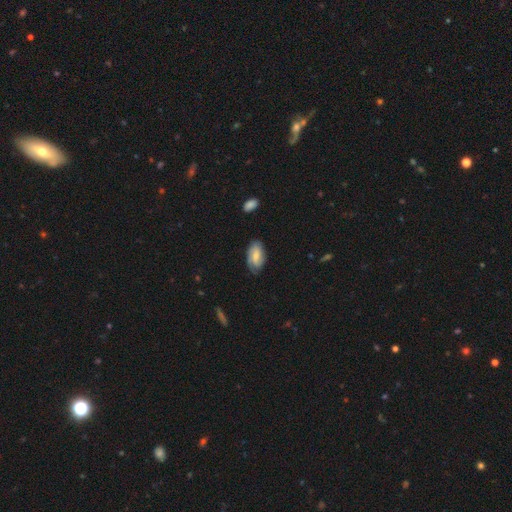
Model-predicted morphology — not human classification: Smooth or featured? smooth (55%)
How rounded? in between (93%)
Merging? none (72%)